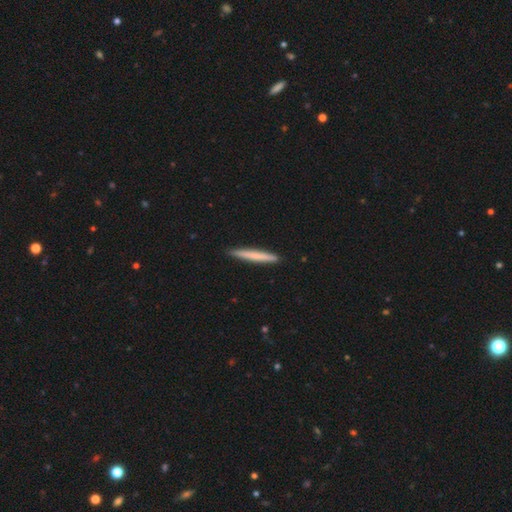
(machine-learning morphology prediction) This appears to be a smooth galaxy with no disk features (67%) that is cigar-shaped (97%). Merging: none (92%).